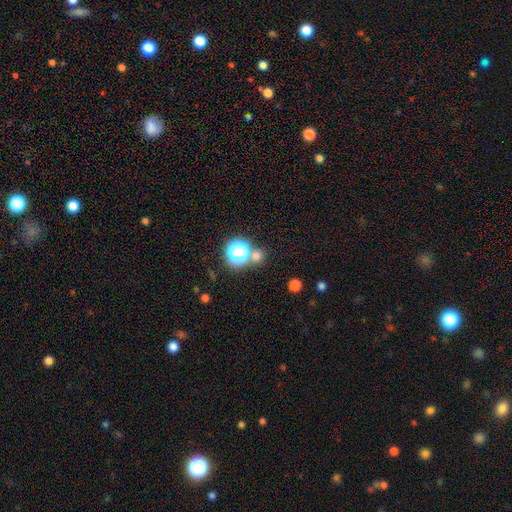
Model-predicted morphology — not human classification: Overall: smooth (67%). How rounded: round (88%). Merging: none (67%).